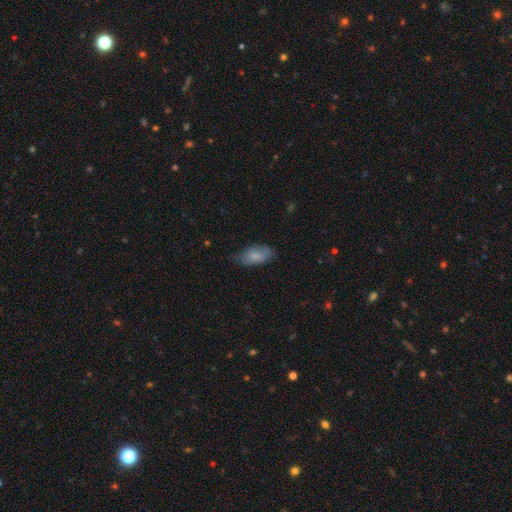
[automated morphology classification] smooth_or_featured: smooth (p=0.78) [alt: featured or disk p=0.15]
how_rounded: in between (p=0.92) [alt: cigar-shaped p=0.05]
merging: none (p=0.63) [alt: minor disturbance p=0.29]